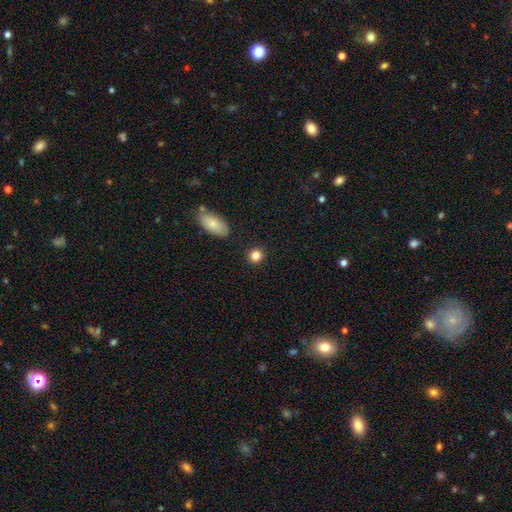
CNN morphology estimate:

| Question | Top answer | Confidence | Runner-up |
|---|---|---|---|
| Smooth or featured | smooth | 84% | star or artifact (10%) |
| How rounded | round | 88% | in between (10%) |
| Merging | none | 89% | minor disturbance (6%) |